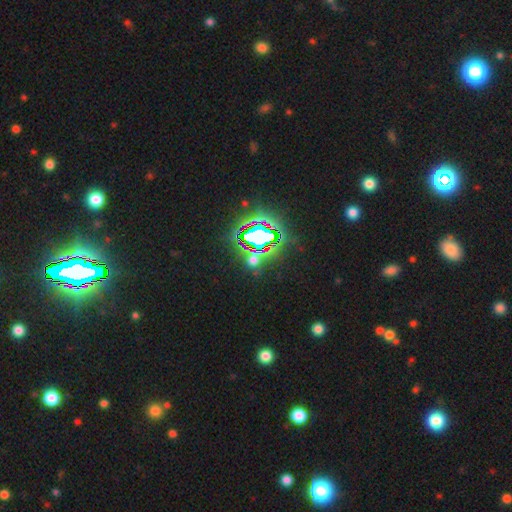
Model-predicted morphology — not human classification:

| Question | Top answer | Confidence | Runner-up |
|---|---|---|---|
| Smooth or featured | star or artifact | 84% | smooth (9%) |